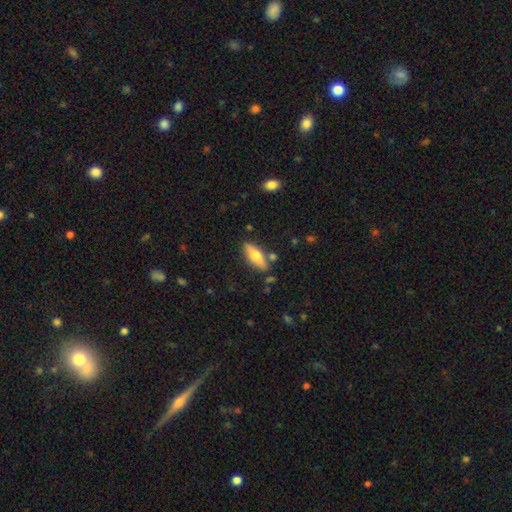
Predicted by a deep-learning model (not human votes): smooth-or-featured: smooth: 62% | featured or disk: 31% | star or artifact: 6%
  how-rounded: in between: 60% | cigar-shaped: 38% | round: 2%
  merging: none: 81% | minor disturbance: 12% | merger: 5% | major disturbance: 3%